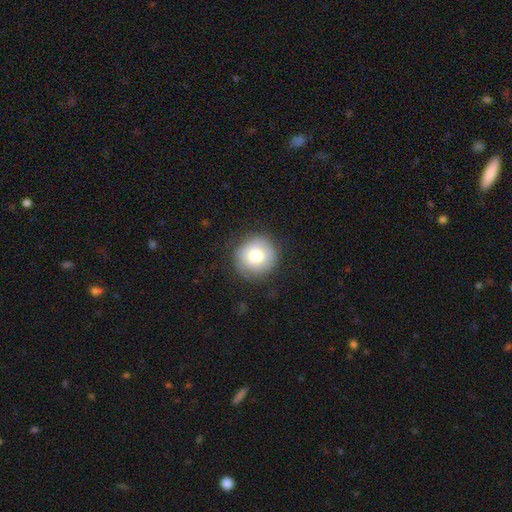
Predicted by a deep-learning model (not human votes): This appears to be a smooth galaxy with no disk features (76%) that is round (94%). Merging: none (82%).